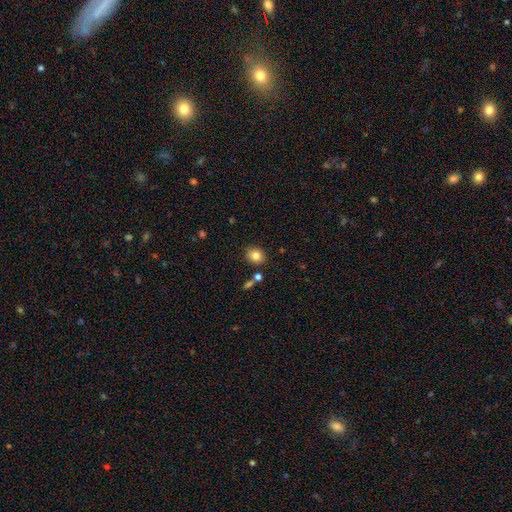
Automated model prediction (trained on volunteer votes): This appears to be a smooth galaxy with no disk features (82%) that is round (67%). Merging: none (82%).